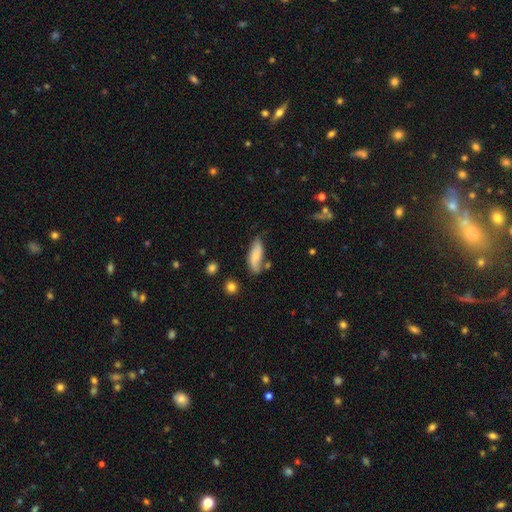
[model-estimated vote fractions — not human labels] Smooth or featured: smooth — 65% (featured or disk — 28%)
How rounded: in between — 71% (cigar-shaped — 27%)
Merging: none — 54% (minor disturbance — 29%)